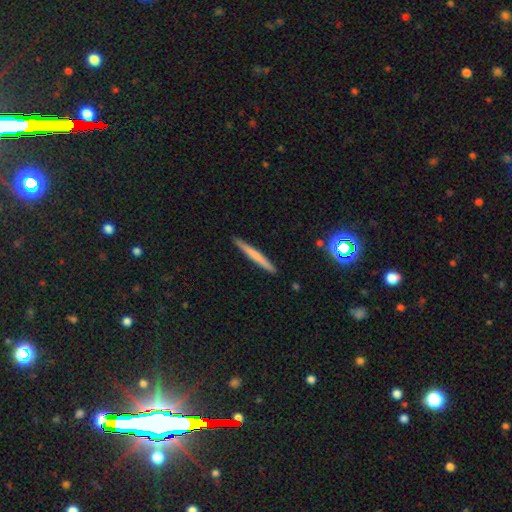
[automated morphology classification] This is possibly a smooth galaxy (59%). How rounded: clearly cigar-shaped (97%). Merging: clearly none (91%).